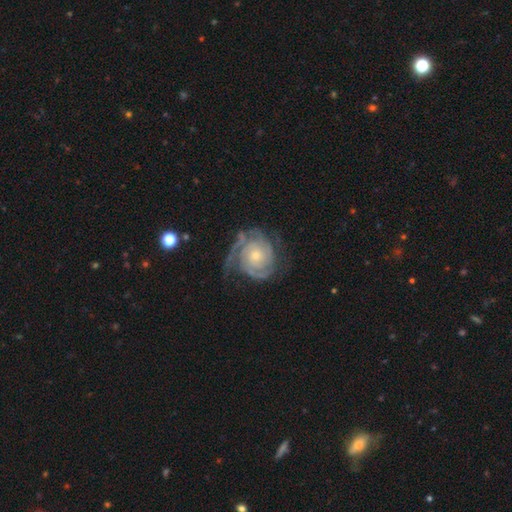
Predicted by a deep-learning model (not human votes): A featured or disk galaxy (90%) with no bar (78%), 2 (35%) tight (70%) spiral arms (98%) and a small central bulge (59%). Merging: none (66%).